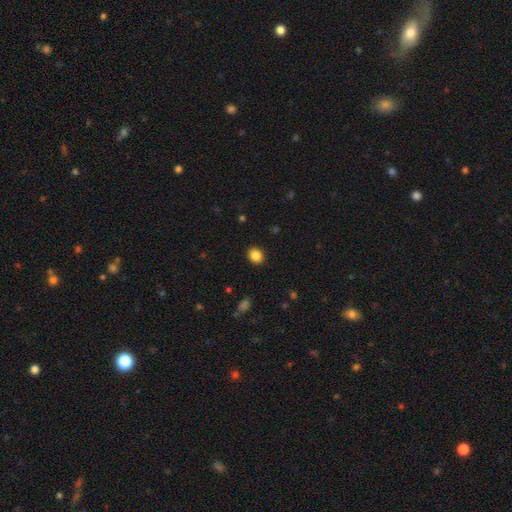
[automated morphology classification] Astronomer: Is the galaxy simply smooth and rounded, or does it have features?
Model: smooth — 86%.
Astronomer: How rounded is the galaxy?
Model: round — 60% (runner-up: in between, 39%).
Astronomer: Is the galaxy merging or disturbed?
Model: none — 90%.